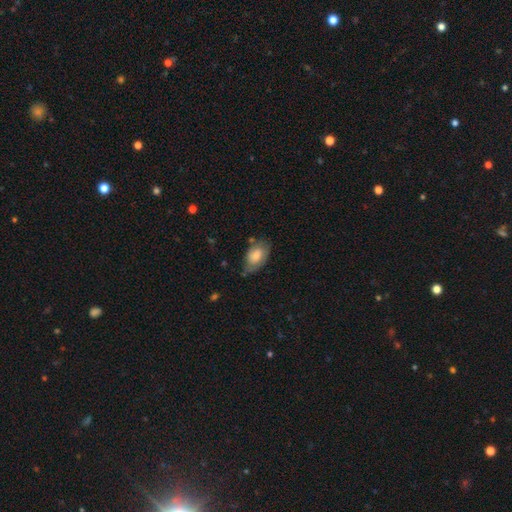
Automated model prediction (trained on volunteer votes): smooth 69%, featured or disk 24%, star or artifact 7%. Down the decision tree: how rounded — in between (91%); merging — none (53%).